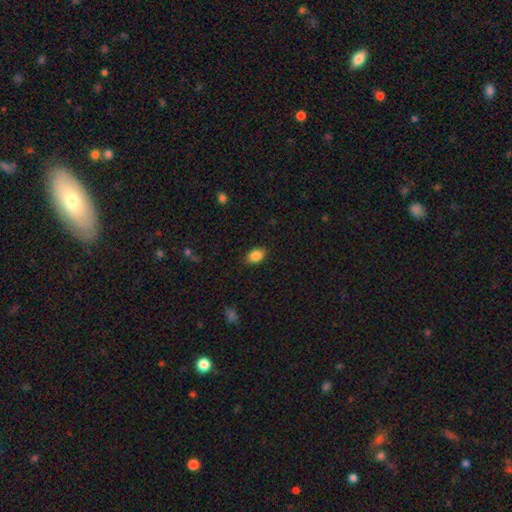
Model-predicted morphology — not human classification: This appears to be a smooth galaxy with no disk features (87%) that is in between round and cigar-shaped (81%). Merging: none (86%).